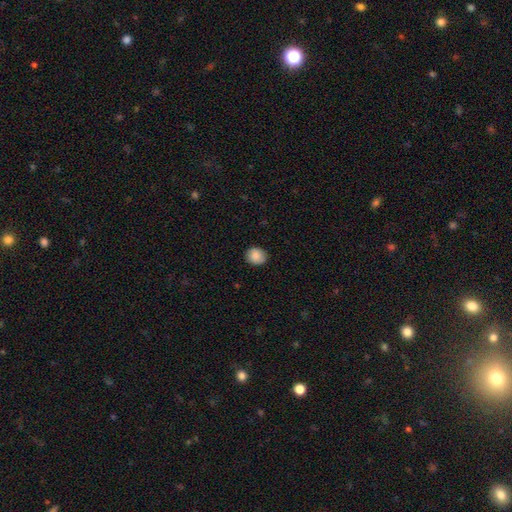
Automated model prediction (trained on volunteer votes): smooth-or-featured: smooth: 86% | star or artifact: 8% | featured or disk: 6%
  how-rounded: round: 73% | in between: 26% | cigar-shaped: 1%
  merging: none: 88% | minor disturbance: 9% | major disturbance: 2% | merger: 1%